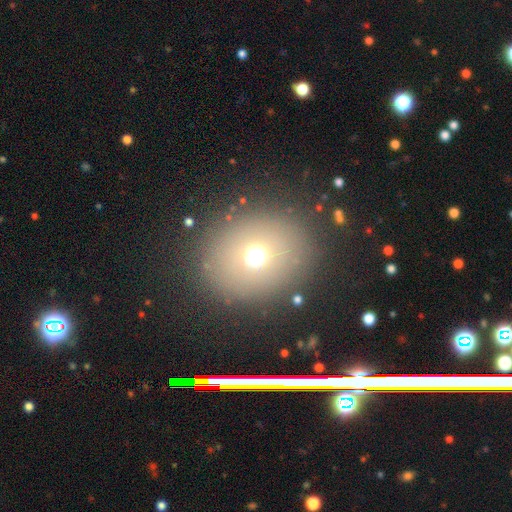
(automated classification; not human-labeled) This appears to be a smooth galaxy with no disk features (66%) that is round (74%). Merging: none (85%).